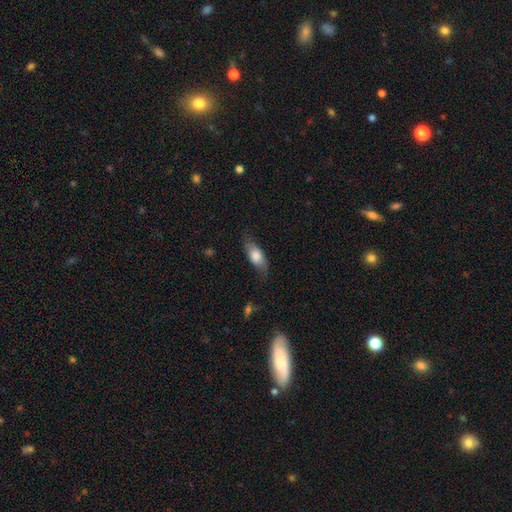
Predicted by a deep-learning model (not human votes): This is likely a smooth galaxy (70%). How rounded: clearly in between (80%). Merging: likely none (69%).